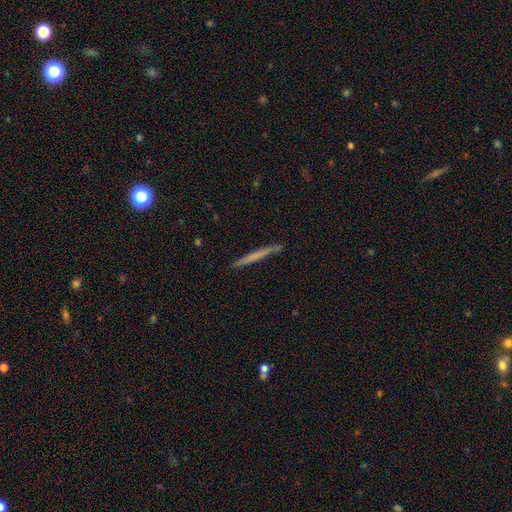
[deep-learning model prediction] A smooth galaxy with no disk features (55%) that is cigar-shaped (97%). Merging: none (89%).